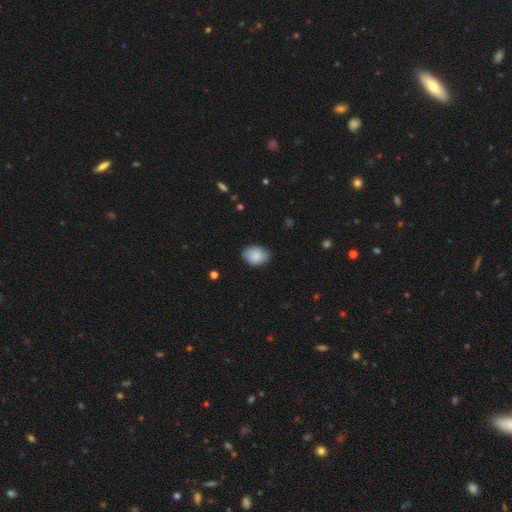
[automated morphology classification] Smooth or featured? Predicted: smooth (p=0.84). How rounded? Predicted: in between (p=0.73). Merging? Predicted: none (p=0.77).